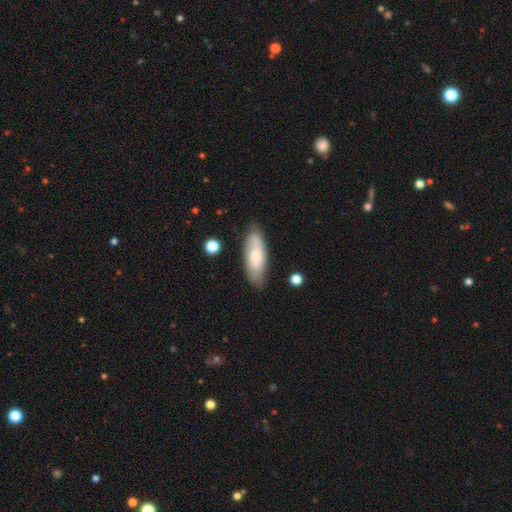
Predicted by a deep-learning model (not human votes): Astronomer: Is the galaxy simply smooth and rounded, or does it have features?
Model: smooth — 66%.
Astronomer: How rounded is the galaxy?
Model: in between — 70%.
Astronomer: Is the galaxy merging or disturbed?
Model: none — 77%.